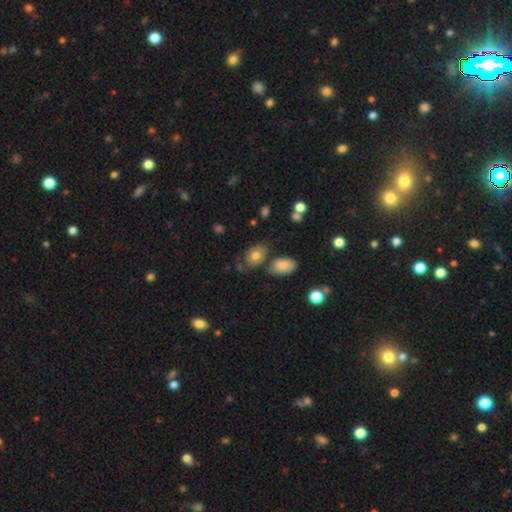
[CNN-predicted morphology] smooth-or-featured: smooth: 74% | featured or disk: 17% | star or artifact: 9%
  how-rounded: in between: 78% | round: 20% | cigar-shaped: 1%
  merging: none: 59% | minor disturbance: 20% | merger: 13% | major disturbance: 8%